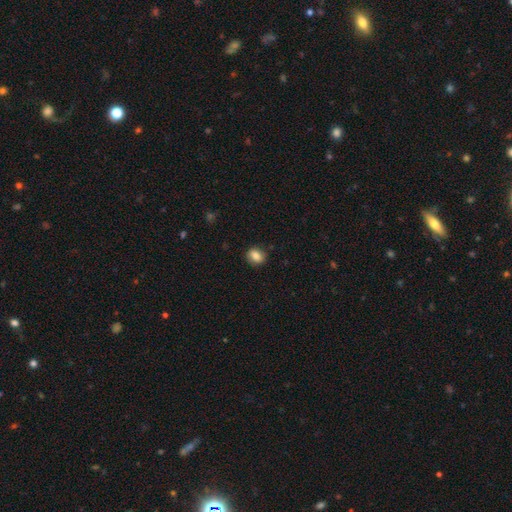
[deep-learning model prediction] A smooth galaxy with no disk features (82%) that is in between round and cigar-shaped (53%). Merging: none (84%).